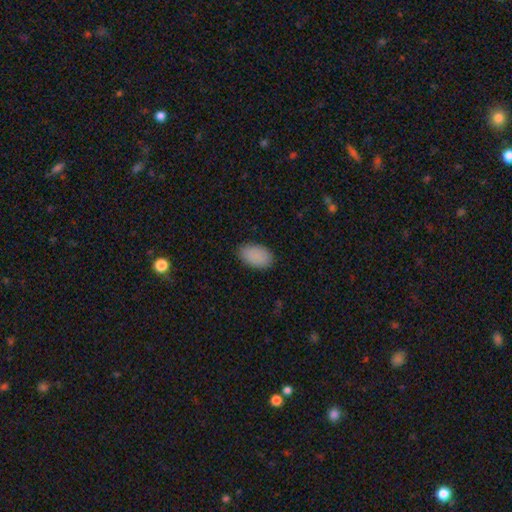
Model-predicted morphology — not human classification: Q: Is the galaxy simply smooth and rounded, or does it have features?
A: smooth — 89%.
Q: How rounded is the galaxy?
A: in between — 93%.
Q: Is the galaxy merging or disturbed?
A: none — 84%.